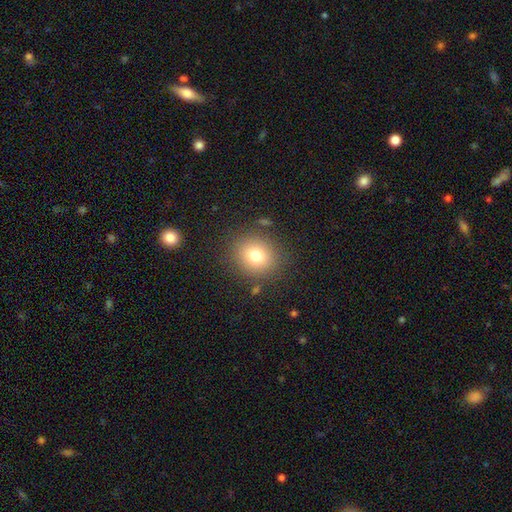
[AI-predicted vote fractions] Overall: smooth (77%). How rounded: round (82%). Merging: none (84%).